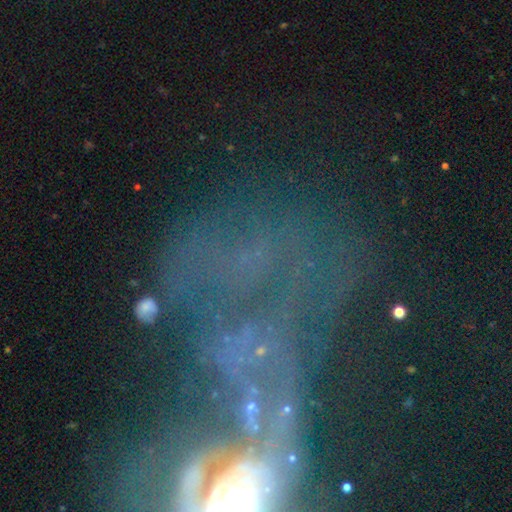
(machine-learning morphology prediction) Smooth or featured? featured or disk (53%)
Edge-on disk? no (90%)
Merging? major disturbance (37%)